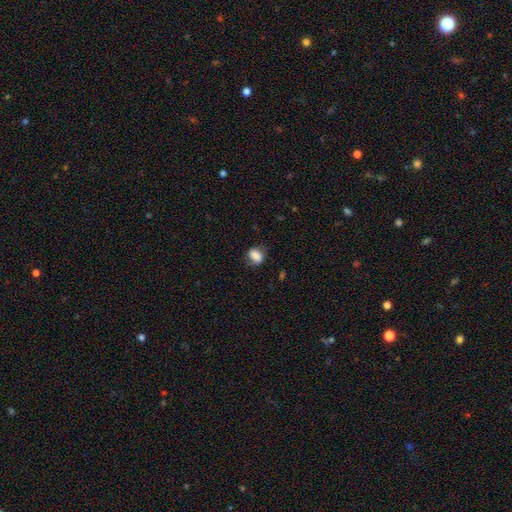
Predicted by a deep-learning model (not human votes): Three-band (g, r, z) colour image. It shows a smooth galaxy with no disk features (78%) that is in between round and cigar-shaped (67%). Merging: none (67%).